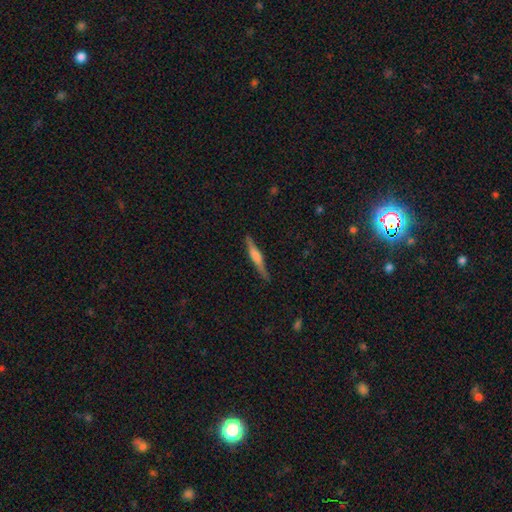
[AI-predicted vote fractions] A featured or disk galaxy (62%) viewed edge-on (97%) with a rounded central bulge (55%).

Vote fractions:
- Smooth or featured? featured or disk: 62% / smooth: 31% / star or artifact: 6%
- Edge-on disk? yes: 97% / no: 3%
- Edge-on bulge? rounded: 55% / boxy: 31% / none: 14%
- Merging? none: 88% / minor disturbance: 9% / major disturbance: 2% / merger: 1%